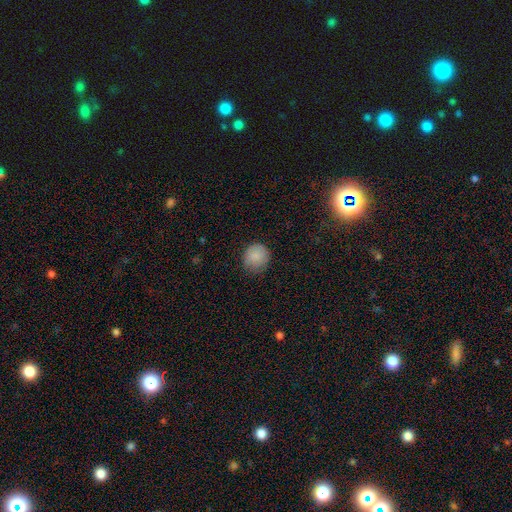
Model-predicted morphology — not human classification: The model was most divided on "merging": none: 78%, minor disturbance: 18%, major disturbance: 3%, merger: 1%. More confident: smooth or featured — smooth (86%); how rounded — round (86%).